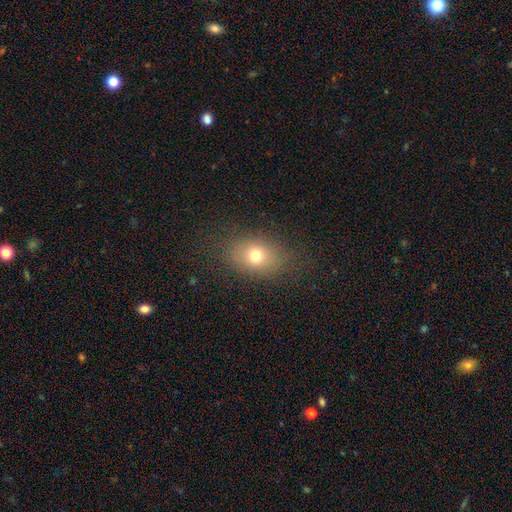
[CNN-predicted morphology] This is likely a smooth galaxy (73%). How rounded: likely in between (64%). Merging: clearly none (81%).